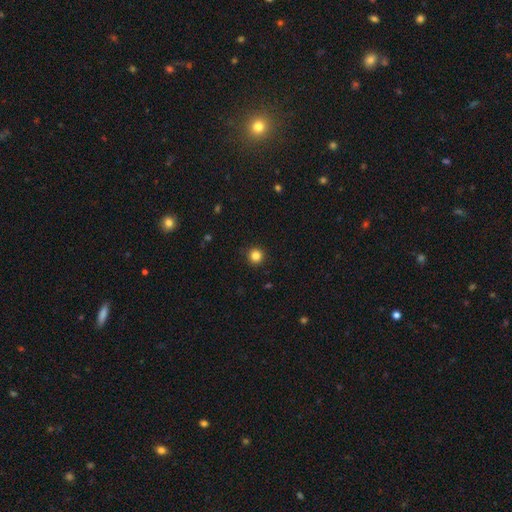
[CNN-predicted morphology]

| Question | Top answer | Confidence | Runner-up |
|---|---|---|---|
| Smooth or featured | smooth | 84% | star or artifact (12%) |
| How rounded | round | 95% | in between (4%) |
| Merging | none | 92% | minor disturbance (5%) |